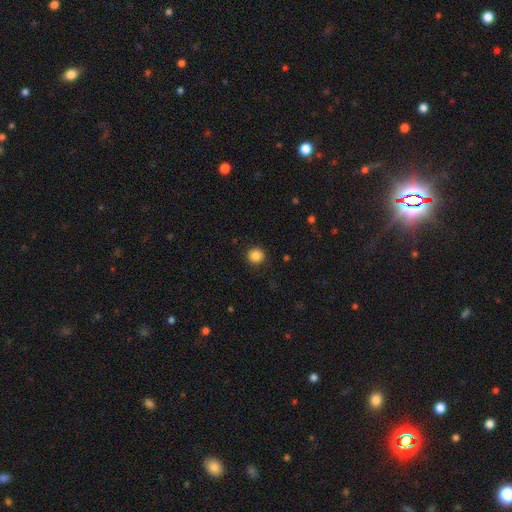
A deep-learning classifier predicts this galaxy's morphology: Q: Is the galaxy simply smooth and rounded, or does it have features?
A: smooth — 86%.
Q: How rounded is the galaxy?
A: round — 93%.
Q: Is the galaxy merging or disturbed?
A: none — 90%.